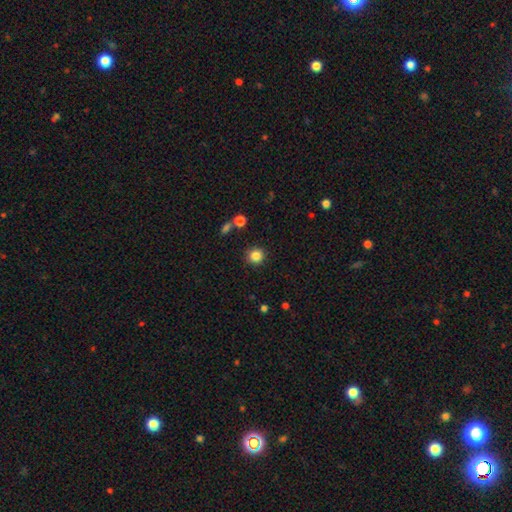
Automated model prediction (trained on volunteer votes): smooth_or_featured: smooth (p=0.84) [alt: star or artifact p=0.11]
how_rounded: round (p=0.93) [alt: in between p=0.06]
merging: none (p=0.89) [alt: minor disturbance p=0.06]